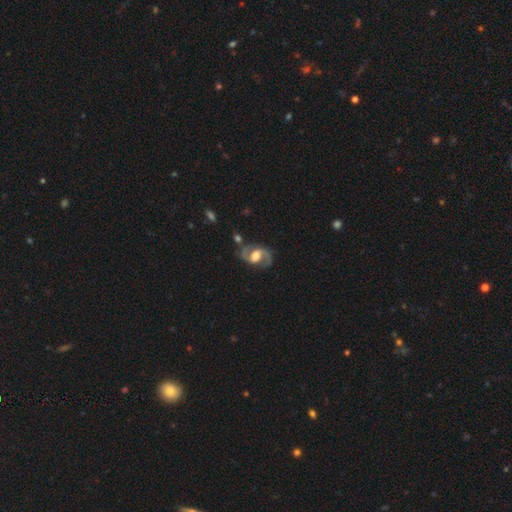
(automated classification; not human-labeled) Smooth or featured? featured or disk (86%)
Edge-on disk? no (97%)
Bar? weak (48%)
Spiral arms? yes (95%)
Spiral winding? medium (56%)
Spiral arm count? 2 (93%)
Bulge size? moderate (53%)
Merging? none (73%)